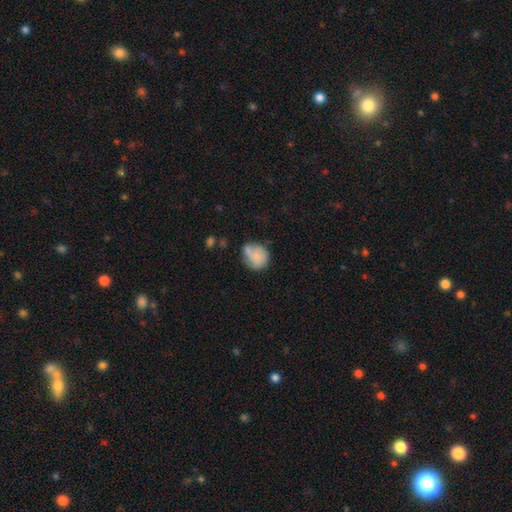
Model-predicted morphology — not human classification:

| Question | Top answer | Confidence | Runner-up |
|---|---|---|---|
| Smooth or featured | smooth | 70% | featured or disk (22%) |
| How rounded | round | 67% | in between (32%) |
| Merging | none | 45% | minor disturbance (29%) |